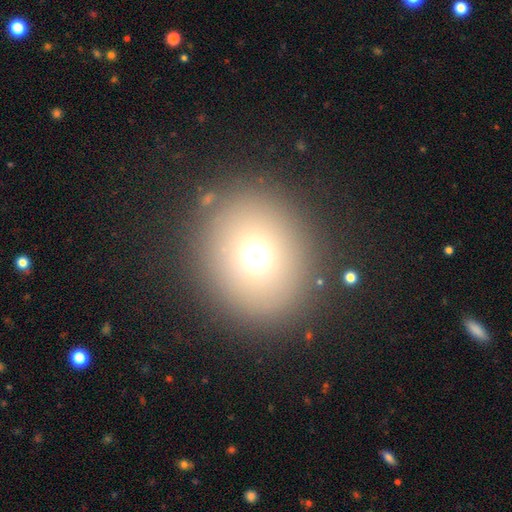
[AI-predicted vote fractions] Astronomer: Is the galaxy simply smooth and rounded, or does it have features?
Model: smooth — 70%.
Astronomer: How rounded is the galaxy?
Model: round — 76%.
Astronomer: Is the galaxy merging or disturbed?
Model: none — 88%.